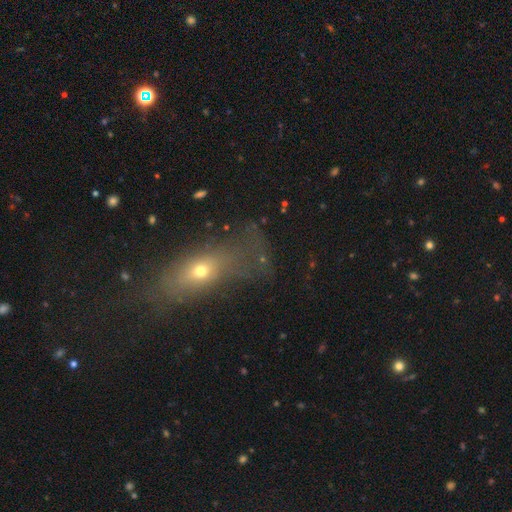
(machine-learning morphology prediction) smooth_or_featured: smooth (p=0.51) [alt: featured or disk p=0.27]
how_rounded: in between (p=0.58) [alt: cigar-shaped p=0.28]
merging: none (p=0.52) [alt: major disturbance p=0.23]